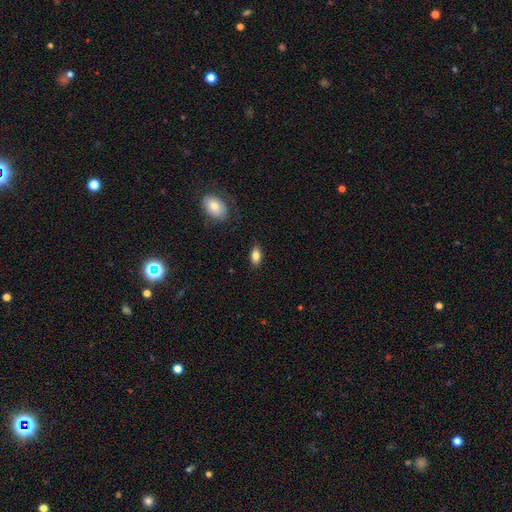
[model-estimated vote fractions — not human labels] This appears to be a smooth galaxy with no disk features (81%) that is in between round and cigar-shaped (89%). Merging: none (85%).